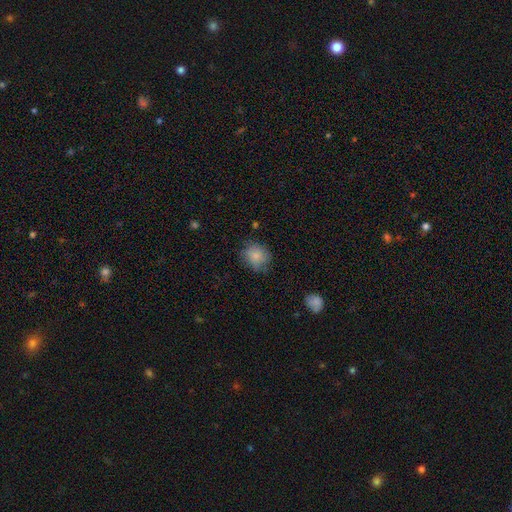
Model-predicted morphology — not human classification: smooth_or_featured: smooth (p=0.81) [alt: featured or disk p=0.10]
how_rounded: round (p=0.70) [alt: in between p=0.29]
merging: none (p=0.71) [alt: minor disturbance p=0.22]